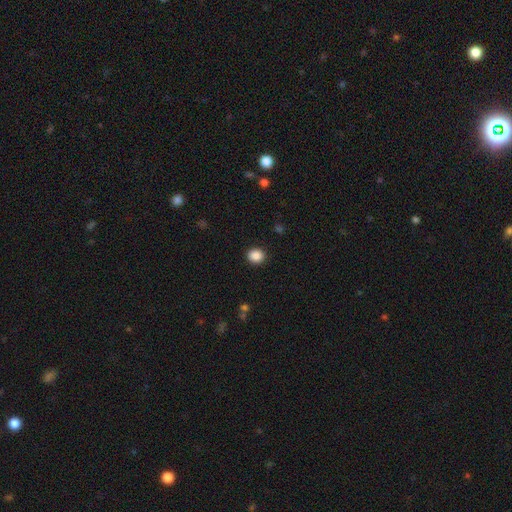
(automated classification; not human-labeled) Overall: smooth (88%). How rounded: round (72%). Merging: none (90%).